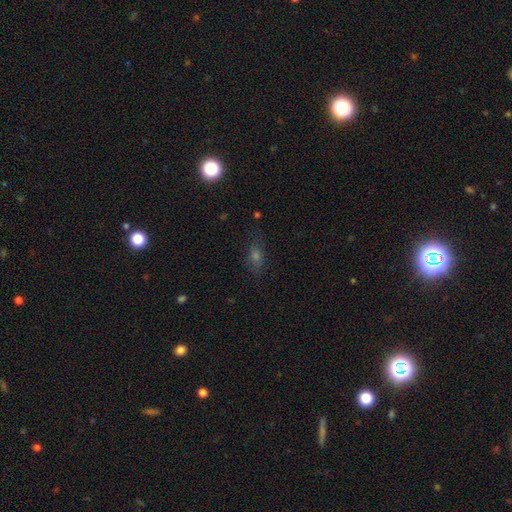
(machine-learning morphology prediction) smooth-or-featured: smooth: 50% | star or artifact: 31% | featured or disk: 19%
  how-rounded: in between: 68% | round: 21% | cigar-shaped: 11%
  merging: none: 79% | minor disturbance: 14% | major disturbance: 5% | merger: 2%